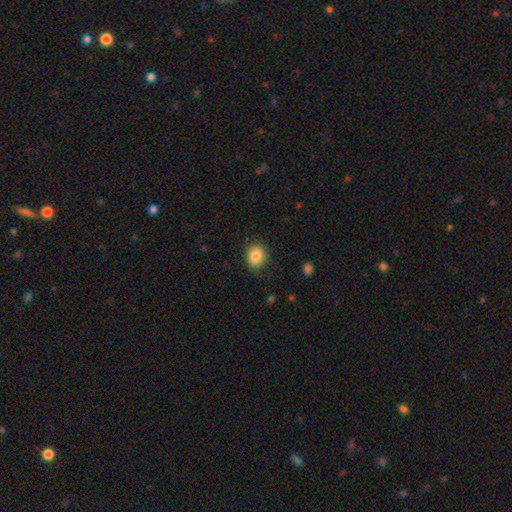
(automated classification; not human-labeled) smooth_or_featured: smooth (p=0.84) [alt: star or artifact p=0.09]
how_rounded: round (p=0.64) [alt: in between p=0.35]
merging: none (p=0.84) [alt: minor disturbance p=0.12]